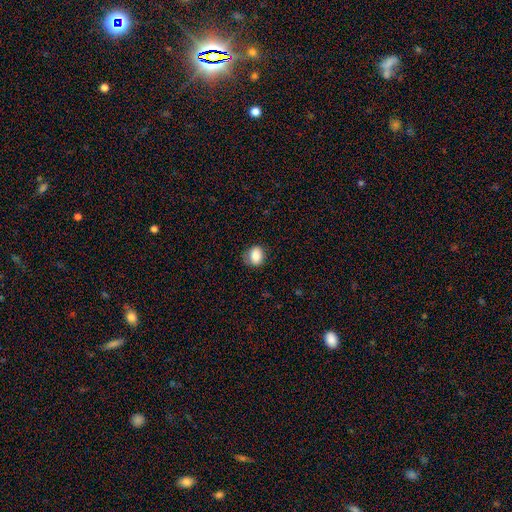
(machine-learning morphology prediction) The model was most divided on "how rounded": round: 51%, in between: 48%, cigar-shaped: 1%. More confident: smooth or featured — smooth (84%); merging — none (75%).